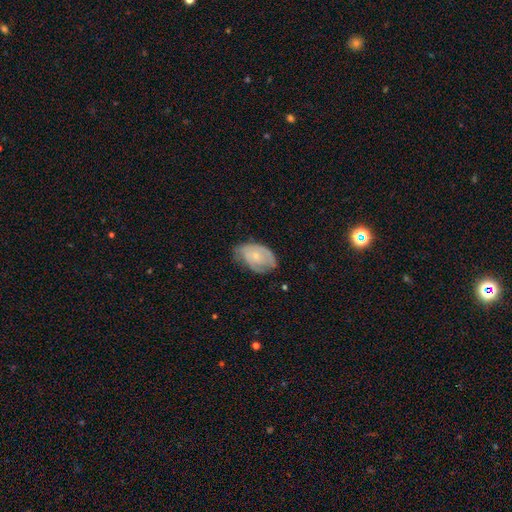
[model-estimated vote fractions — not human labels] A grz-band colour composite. It shows a featured or disk galaxy (53%) with no bar (78%), spiral arms (70%) and a small central bulge (67%). Merging: none (51%).